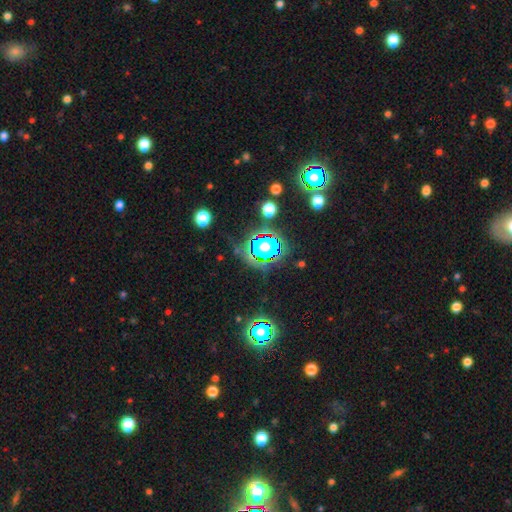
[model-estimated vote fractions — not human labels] Q: Smooth or featured?
A: star or artifact (73%); runner-up: smooth (17%)